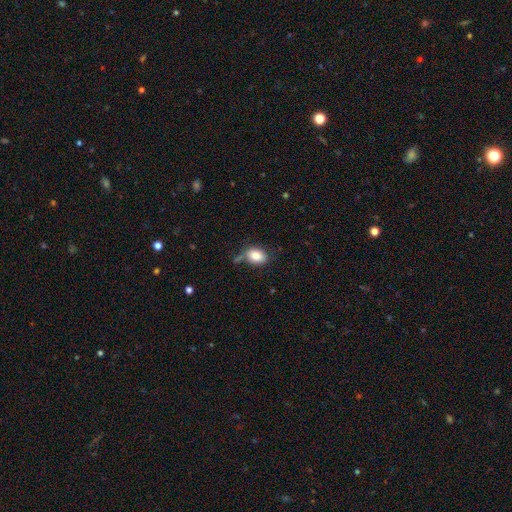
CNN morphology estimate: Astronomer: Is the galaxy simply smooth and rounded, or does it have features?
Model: smooth — 84%.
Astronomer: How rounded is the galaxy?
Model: in between — 80%.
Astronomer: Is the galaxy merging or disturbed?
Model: none — 61%.